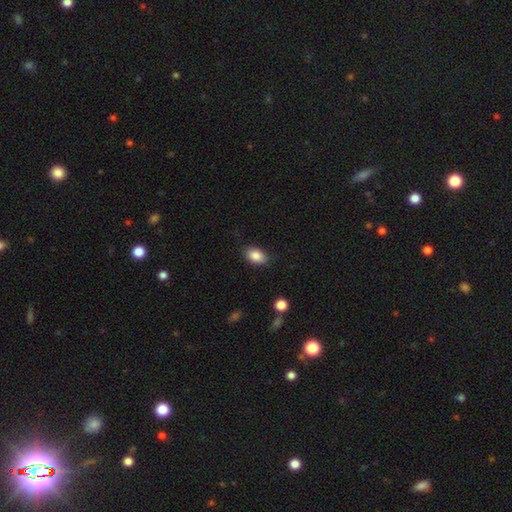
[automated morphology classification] type=smooth (86%); roundness=in between (87%); merging=none (82%).